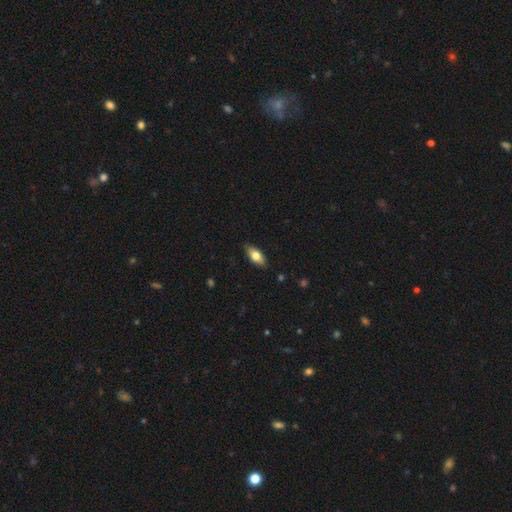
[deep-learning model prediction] smooth-or-featured: smooth: 73% | featured or disk: 21% | star or artifact: 6%
  how-rounded: in between: 86% | cigar-shaped: 11% | round: 3%
  merging: none: 86% | minor disturbance: 11% | major disturbance: 2% | merger: 1%